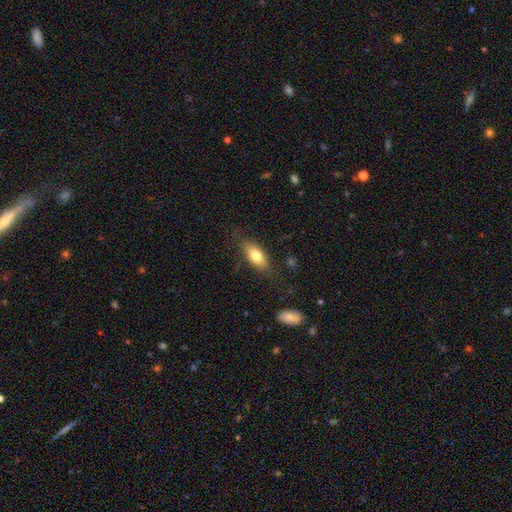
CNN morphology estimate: smooth_or_featured: smooth (p=0.76) [alt: featured or disk p=0.17]
how_rounded: in between (p=0.84) [alt: cigar-shaped p=0.12]
merging: none (p=0.79) [alt: minor disturbance p=0.15]